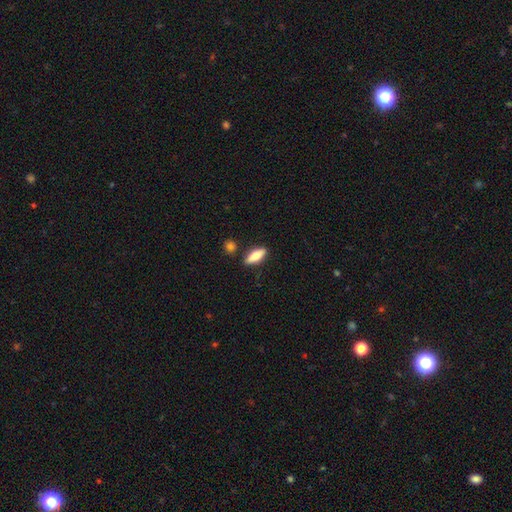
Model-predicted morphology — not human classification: smooth_or_featured: smooth (p=0.69) [alt: featured or disk p=0.25]
how_rounded: in between (p=0.61) [alt: cigar-shaped p=0.36]
merging: none (p=0.84) [alt: minor disturbance p=0.10]